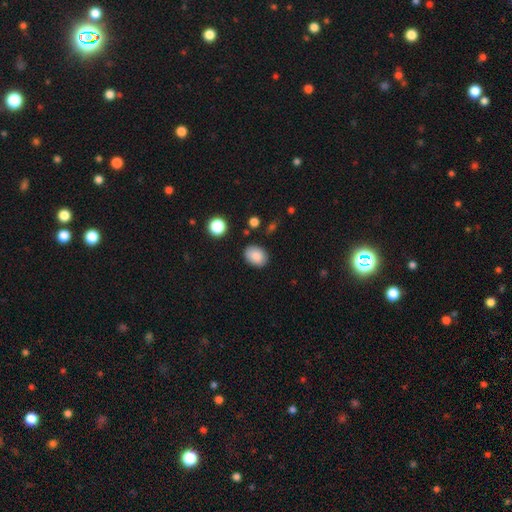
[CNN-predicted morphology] Smooth or featured? smooth (86%)
How rounded? in between (66%)
Merging? none (84%)